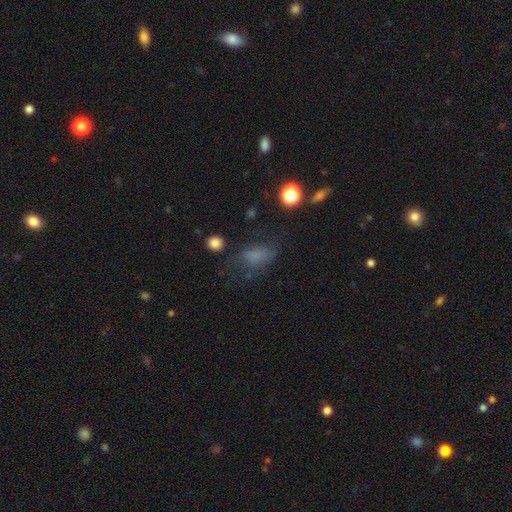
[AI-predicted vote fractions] smooth-or-featured: smooth: 65% | star or artifact: 19% | featured or disk: 16%
  how-rounded: in between: 78% | round: 14% | cigar-shaped: 8%
  merging: none: 49% | minor disturbance: 25% | major disturbance: 22% | merger: 3%